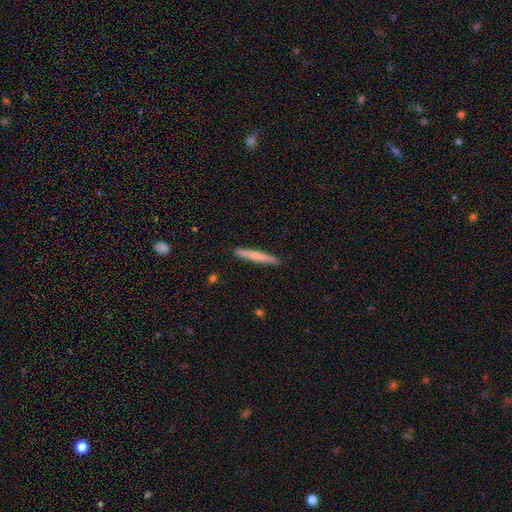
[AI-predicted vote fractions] Smooth or featured?
  - smooth: 63% *
  - featured or disk: 32%
  - star or artifact: 5%
How rounded?
  - cigar-shaped: 96% *
  - in between: 3%
  - round: 1%
Merging?
  - none: 91% *
  - minor disturbance: 6%
  - major disturbance: 1%
  - merger: 1%